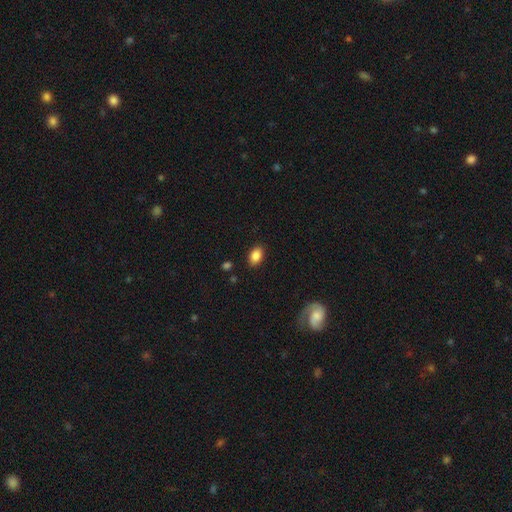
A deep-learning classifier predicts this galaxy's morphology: Smooth or featured? smooth (85%)
How rounded? in between (85%)
Merging? none (87%)